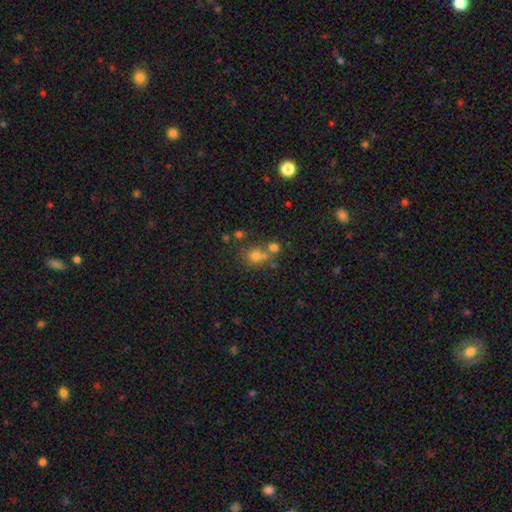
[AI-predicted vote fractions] smooth_or_featured: smooth (p=0.68) [alt: star or artifact p=0.20]
how_rounded: round (p=0.82) [alt: in between p=0.17]
merging: none (p=0.49) [alt: merger p=0.39]